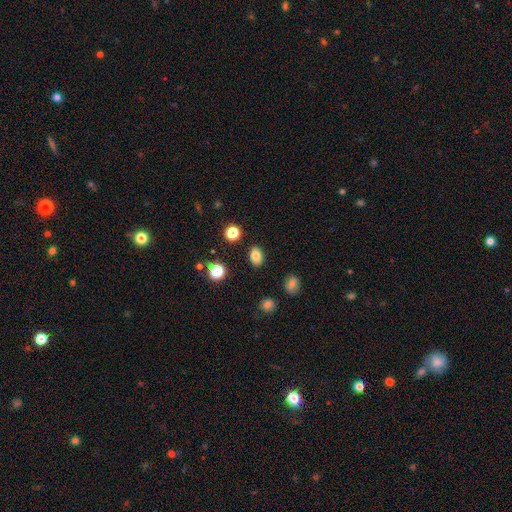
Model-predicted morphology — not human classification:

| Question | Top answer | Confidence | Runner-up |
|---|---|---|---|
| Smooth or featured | smooth | 81% | star or artifact (12%) |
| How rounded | in between | 78% | round (21%) |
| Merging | none | 87% | minor disturbance (8%) |